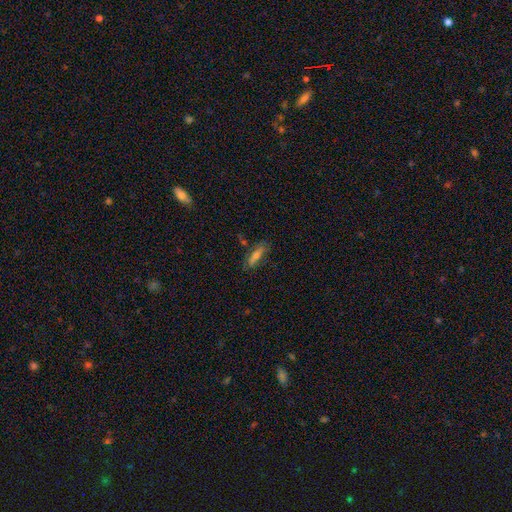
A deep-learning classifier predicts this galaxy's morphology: type=smooth (52%); roundness=cigar-shaped (60%); merging=none (73%).